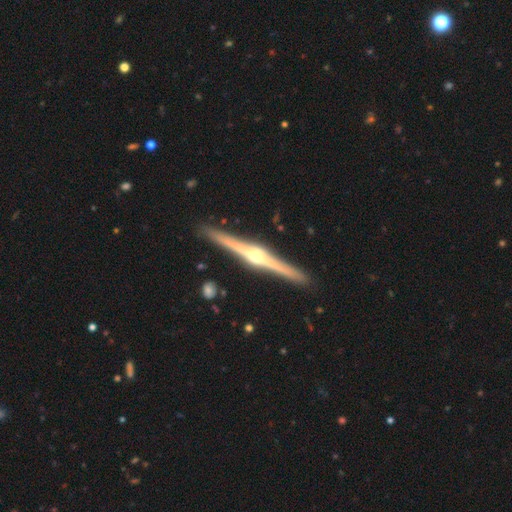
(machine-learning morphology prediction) The model was most divided on "smooth or featured": featured or disk: 87%, smooth: 8%, star or artifact: 4%. More confident: edge-on disk — yes (99%); merging — none (92%); edge-on bulge — rounded (91%).